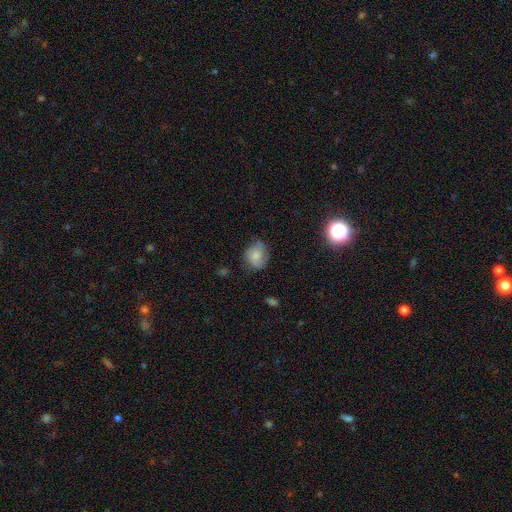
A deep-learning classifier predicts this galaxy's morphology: Smooth or featured?
  - smooth: 60% *
  - featured or disk: 31%
  - star or artifact: 9%
How rounded?
  - round: 59% *
  - in between: 40%
  - cigar-shaped: 1%
Merging?
  - none: 59% *
  - minor disturbance: 28%
  - major disturbance: 11%
  - merger: 2%